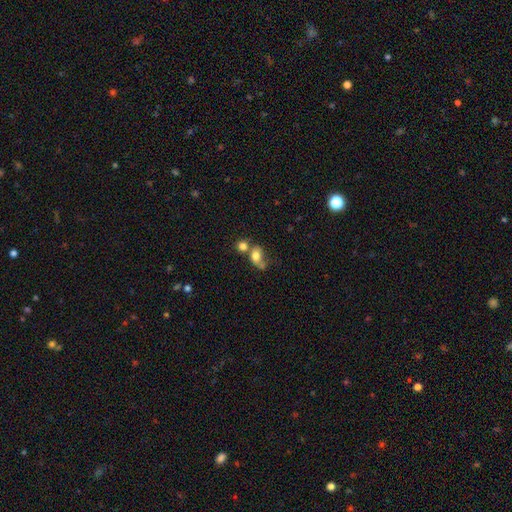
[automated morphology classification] A smooth galaxy with no disk features (75%) that is in between round and cigar-shaped (57%). Merging: merger (48%).